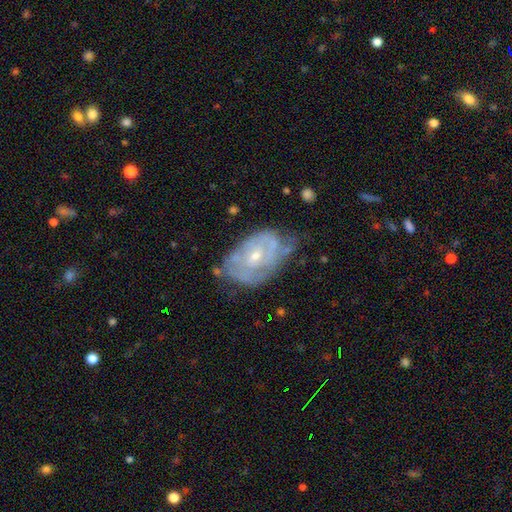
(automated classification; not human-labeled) This appears to be a featured or disk galaxy (72%) with no bar (68%), spiral arms (69%) and a small central bulge (59%). Merging: none (48%).